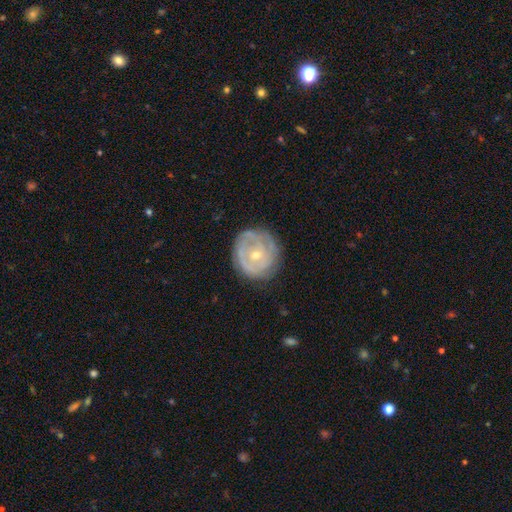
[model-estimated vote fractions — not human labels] Smooth or featured? featured or disk (72%)
Edge-on disk? no (97%)
Bar? no (77%)
Spiral arms? yes (78%)
Spiral winding? tight (71%)
Spiral arm count? can't tell (42%)
Bulge size? small (61%)
Merging? none (75%)